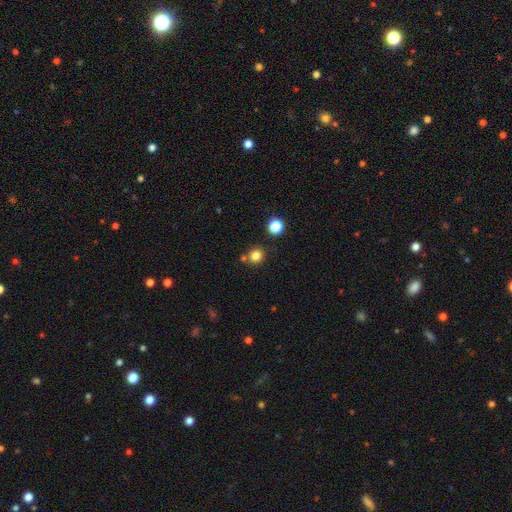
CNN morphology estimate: smooth-or-featured: smooth: 82% | star or artifact: 13% | featured or disk: 5%
  how-rounded: round: 92% | in between: 7% | cigar-shaped: 1%
  merging: none: 80% | merger: 9% | minor disturbance: 8% | major disturbance: 3%